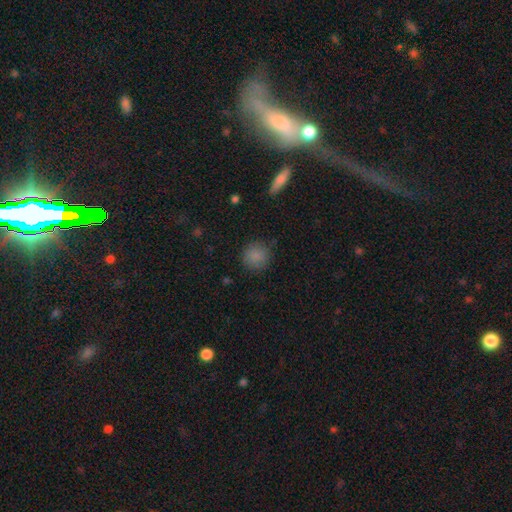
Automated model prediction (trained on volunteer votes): smooth 85%, star or artifact 10%, featured or disk 5%. Down the decision tree: how rounded — round (92%); merging — none (86%).